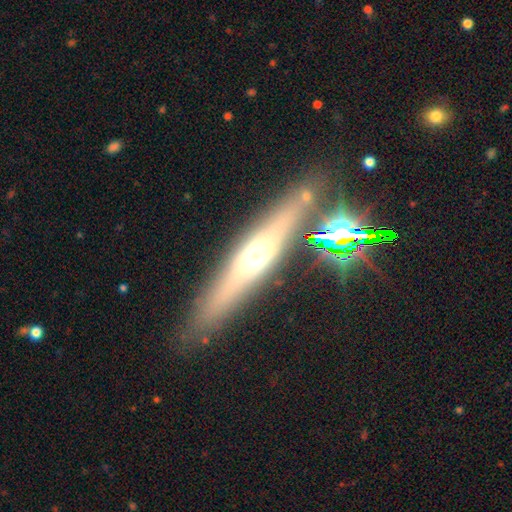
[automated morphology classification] Overall: featured or disk (52%; smooth 37%). Edge-on disk: yes (86%). Merging: none (83%).